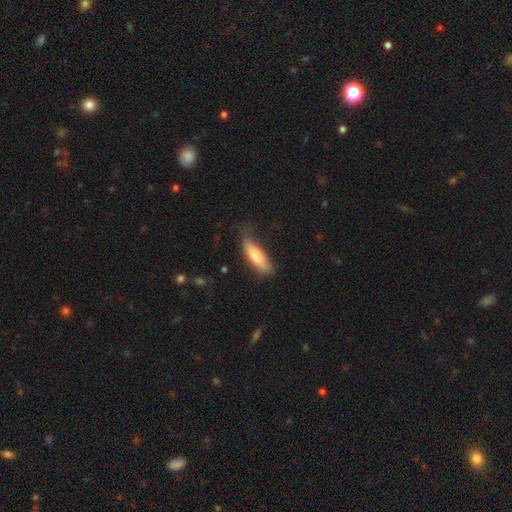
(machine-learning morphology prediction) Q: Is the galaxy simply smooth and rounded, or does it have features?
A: smooth — 80%.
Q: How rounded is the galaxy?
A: in between — 52%.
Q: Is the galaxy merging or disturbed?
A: none — 59%.